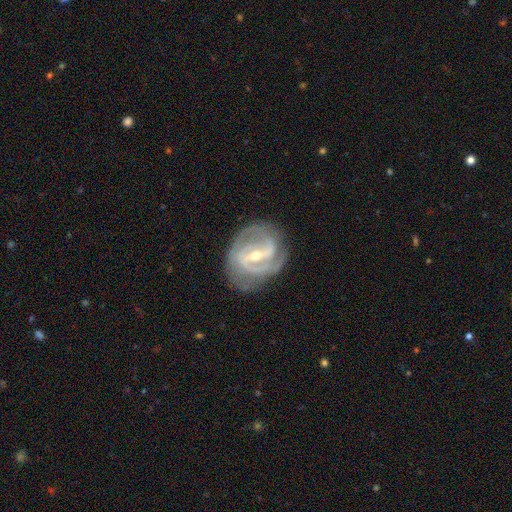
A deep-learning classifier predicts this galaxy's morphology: Smooth or featured? Predicted: featured or disk (p=0.89). Edge-on disk? Predicted: no (p=0.97). Bar? Predicted: strong (p=0.53). Spiral arms? Predicted: yes (p=0.96). Spiral winding? Predicted: tight (p=0.45). Spiral arm count? Predicted: 2 (p=0.60). Bulge size? Predicted: small (p=0.54). Merging? Predicted: none (p=0.74).